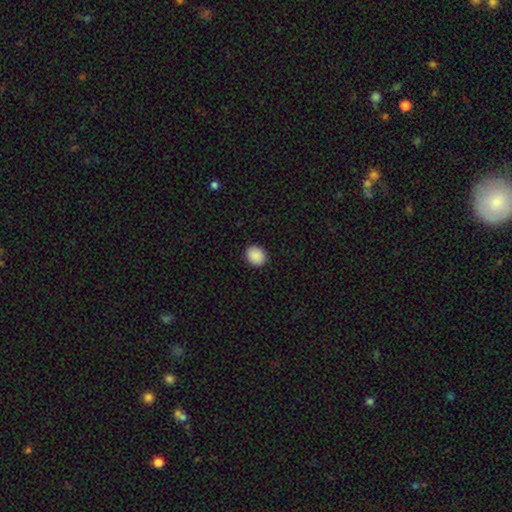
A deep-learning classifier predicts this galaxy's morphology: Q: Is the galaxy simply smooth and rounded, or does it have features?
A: smooth — 90%.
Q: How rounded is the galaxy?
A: round — 67%.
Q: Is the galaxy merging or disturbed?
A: none — 92%.